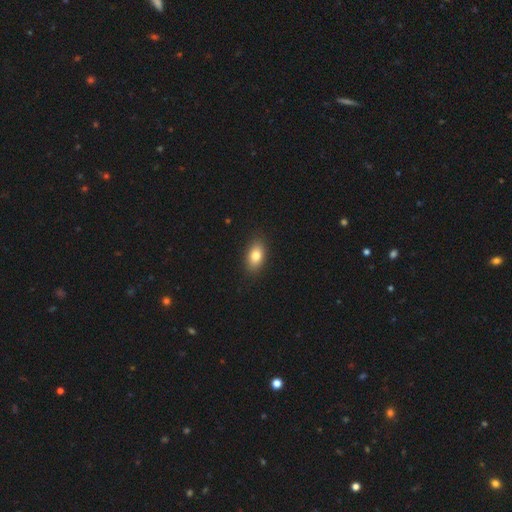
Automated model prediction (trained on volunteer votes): A smooth galaxy with no disk features (81%) that is in between round and cigar-shaped (87%).

Vote fractions:
- Smooth or featured? smooth: 81% / featured or disk: 11% / star or artifact: 8%
- How rounded? in between: 87% / round: 9% / cigar-shaped: 3%
- Merging? none: 88% / minor disturbance: 9% / major disturbance: 2% / merger: 1%